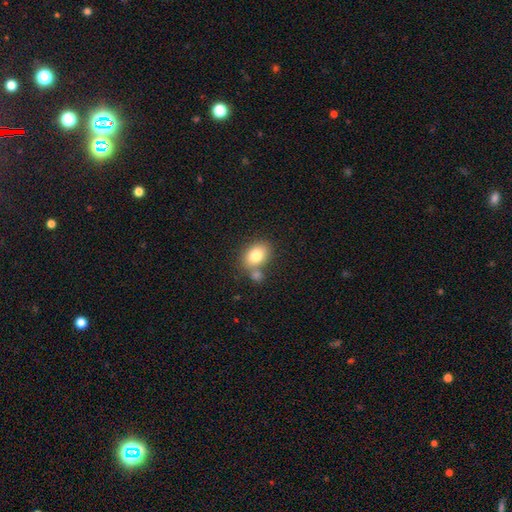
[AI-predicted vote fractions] Smooth or featured?
  - smooth: 79% *
  - featured or disk: 12%
  - star or artifact: 9%
How rounded?
  - in between: 71% *
  - round: 28%
  - cigar-shaped: 1%
Merging?
  - none: 58% *
  - merger: 24%
  - minor disturbance: 13%
  - major disturbance: 4%